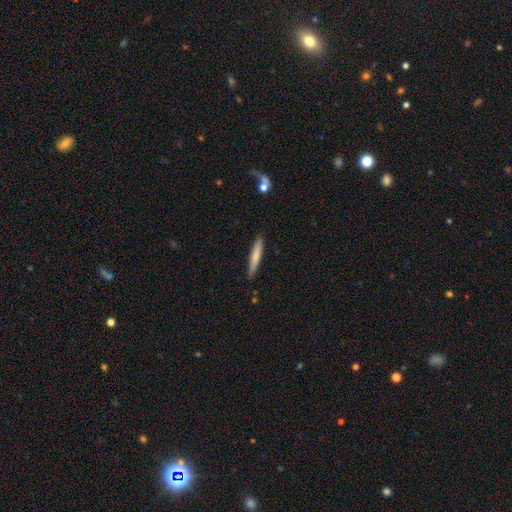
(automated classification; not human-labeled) A smooth galaxy with no disk features (69%) that is cigar-shaped (93%).

Vote fractions:
- Smooth or featured? smooth: 69% / featured or disk: 26% / star or artifact: 5%
- How rounded? cigar-shaped: 93% / in between: 6% / round: 1%
- Merging? none: 86% / minor disturbance: 10% / major disturbance: 2% / merger: 1%